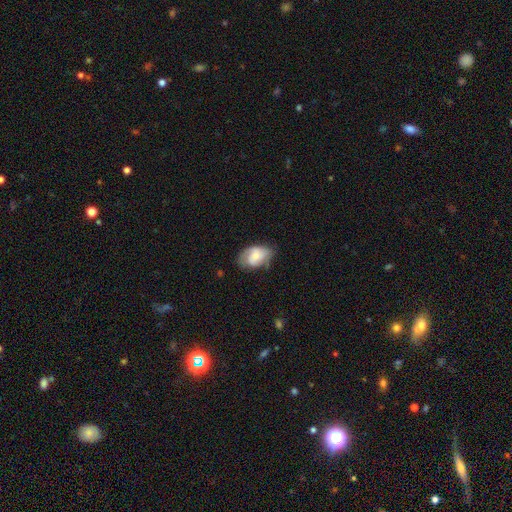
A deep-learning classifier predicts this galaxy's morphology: This appears to be a smooth galaxy with no disk features (52%) that is in between round and cigar-shaped (87%). Merging: none (58%).